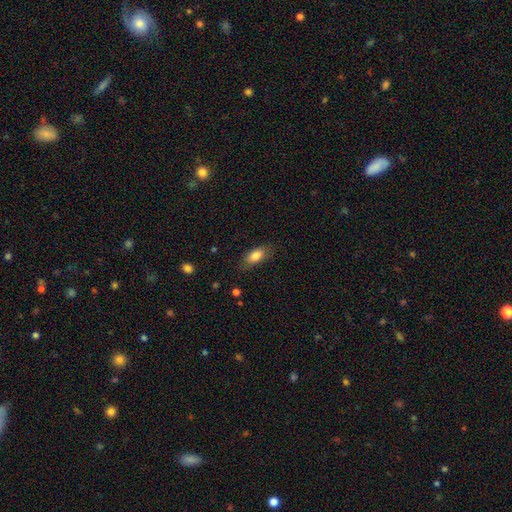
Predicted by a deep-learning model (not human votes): A smooth galaxy with no disk features (82%) that is in between round and cigar-shaped (83%). Merging: none (78%).